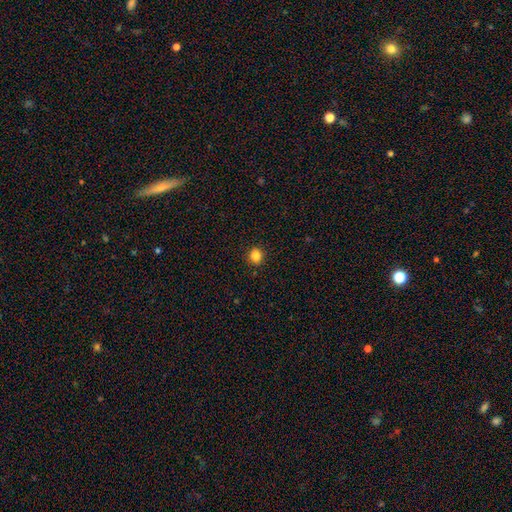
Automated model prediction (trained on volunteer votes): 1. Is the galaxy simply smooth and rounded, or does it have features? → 84% smooth, 12% star or artifact, 4% featured or disk.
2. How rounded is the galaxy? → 83% round, 16% in between, 1% cigar-shaped.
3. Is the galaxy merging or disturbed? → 91% none, 6% minor disturbance, 2% major disturbance, 1% merger.